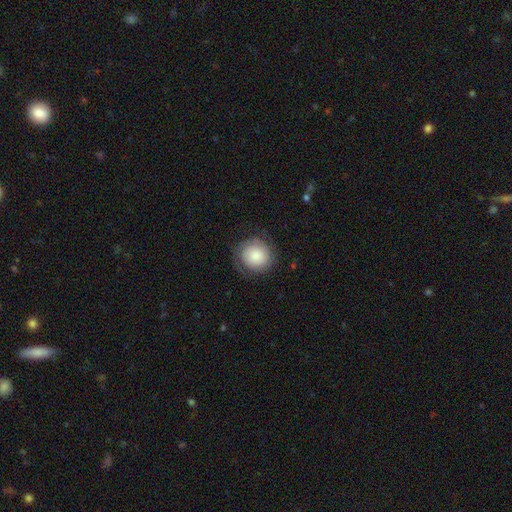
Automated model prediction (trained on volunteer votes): This is likely a smooth galaxy (75%). How rounded: clearly round (91%). Merging: likely none (78%).